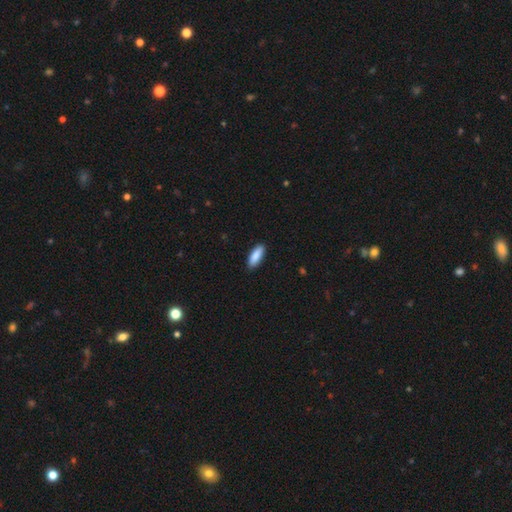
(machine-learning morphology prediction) smooth_or_featured: smooth (p=0.88) [alt: featured or disk p=0.07]
how_rounded: in between (p=0.69) [alt: cigar-shaped p=0.29]
merging: none (p=0.89) [alt: minor disturbance p=0.08]